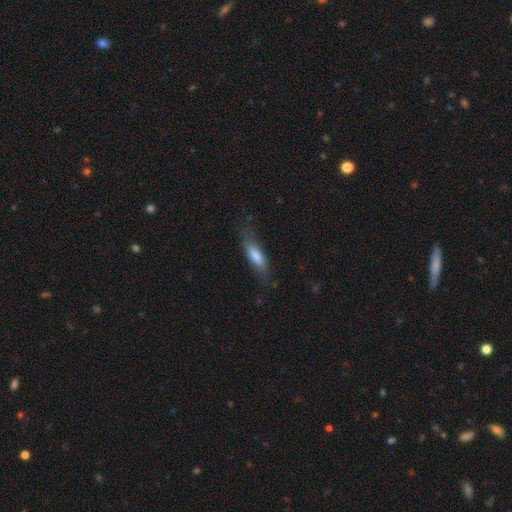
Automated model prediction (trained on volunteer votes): The model was most divided on "how rounded": in between: 51%, cigar-shaped: 47%, round: 2%. More confident: smooth or featured — smooth (76%); merging — none (69%).